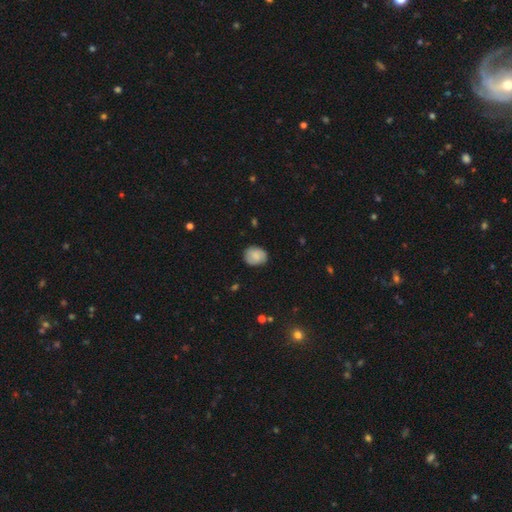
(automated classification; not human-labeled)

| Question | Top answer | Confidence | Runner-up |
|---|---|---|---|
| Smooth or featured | smooth | 81% | featured or disk (12%) |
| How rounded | round | 62% | in between (37%) |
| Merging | none | 80% | minor disturbance (16%) |